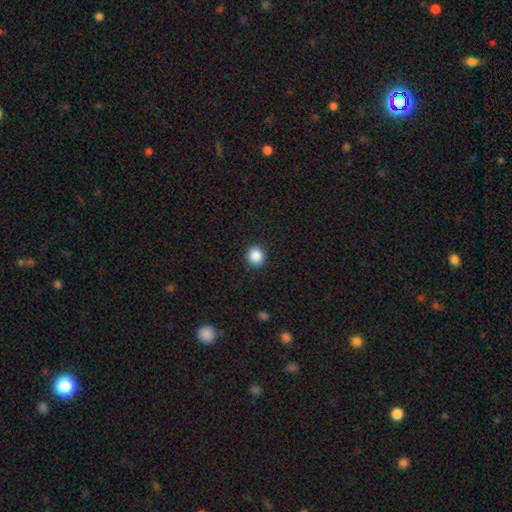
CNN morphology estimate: Q: Smooth or featured?
A: smooth (88%); runner-up: star or artifact (9%)
Q: How rounded?
A: round (84%); runner-up: in between (15%)
Q: Merging?
A: none (91%); runner-up: minor disturbance (6%)